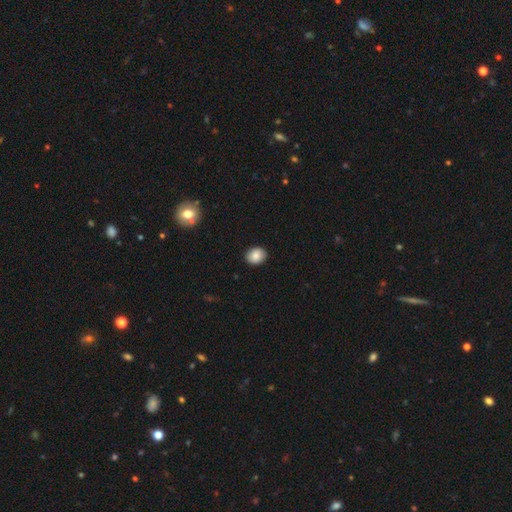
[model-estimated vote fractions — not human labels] A smooth galaxy with no disk features (86%) that is round (57%).

Vote fractions:
- Smooth or featured? smooth: 86% / star or artifact: 9% / featured or disk: 6%
- How rounded? round: 57% / in between: 42% / cigar-shaped: 1%
- Merging? none: 90% / minor disturbance: 8% / major disturbance: 2% / merger: 1%